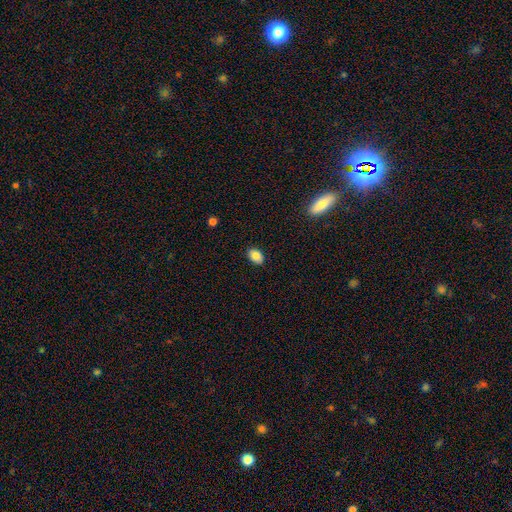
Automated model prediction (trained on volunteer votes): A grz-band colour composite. It shows a smooth galaxy with no disk features (84%) that is in between round and cigar-shaped (85%). Merging: none (87%).